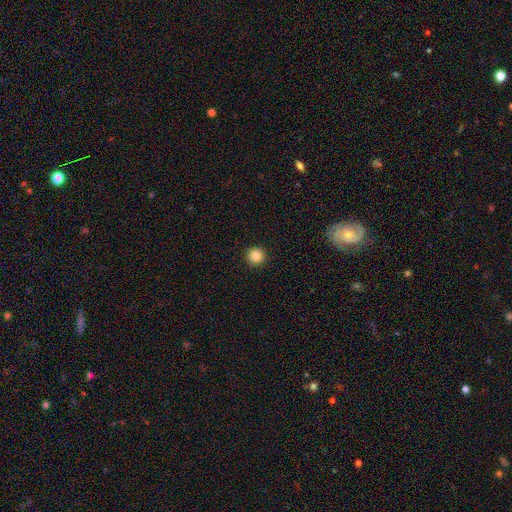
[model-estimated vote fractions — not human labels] This is clearly a smooth galaxy (85%). How rounded: clearly round (96%). Merging: clearly none (94%).